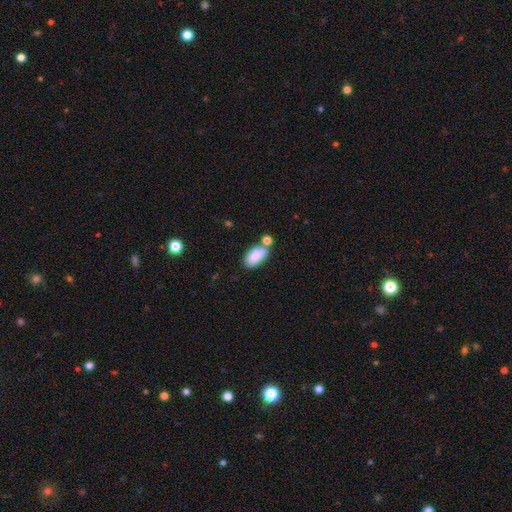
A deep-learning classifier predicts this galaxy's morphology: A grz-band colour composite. It shows a smooth galaxy with no disk features (82%) that is in between round and cigar-shaped (93%). Merging: none (53%).